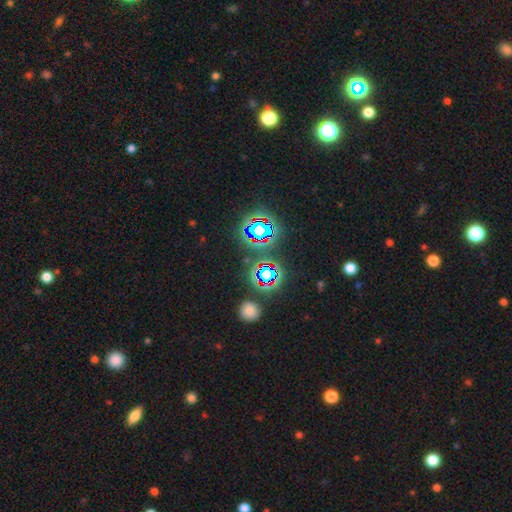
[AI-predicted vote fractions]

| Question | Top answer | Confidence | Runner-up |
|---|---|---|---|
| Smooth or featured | star or artifact | 68% | smooth (23%) |